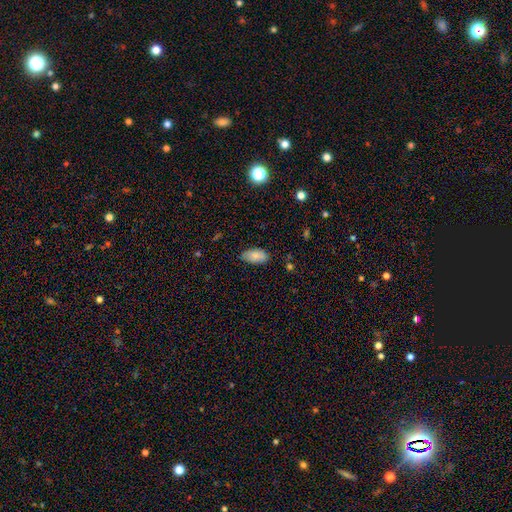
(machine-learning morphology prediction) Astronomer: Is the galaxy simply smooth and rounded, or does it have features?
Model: smooth — 80%.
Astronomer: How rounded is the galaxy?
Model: in between — 94%.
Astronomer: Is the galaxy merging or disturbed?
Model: none — 77%.